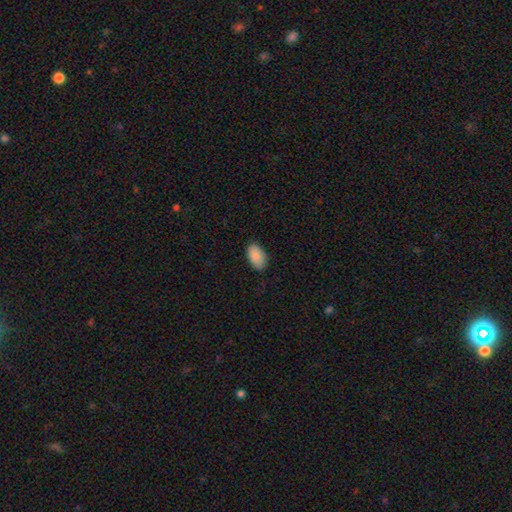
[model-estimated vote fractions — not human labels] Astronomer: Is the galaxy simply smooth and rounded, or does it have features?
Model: smooth — 88%.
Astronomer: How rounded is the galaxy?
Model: in between — 93%.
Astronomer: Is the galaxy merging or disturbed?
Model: none — 85%.